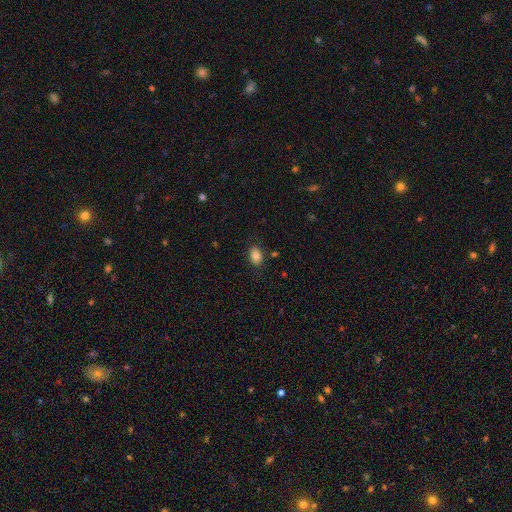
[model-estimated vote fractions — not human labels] Morphology: type=smooth (84%); roundness=in between (78%); merging=none (83%).